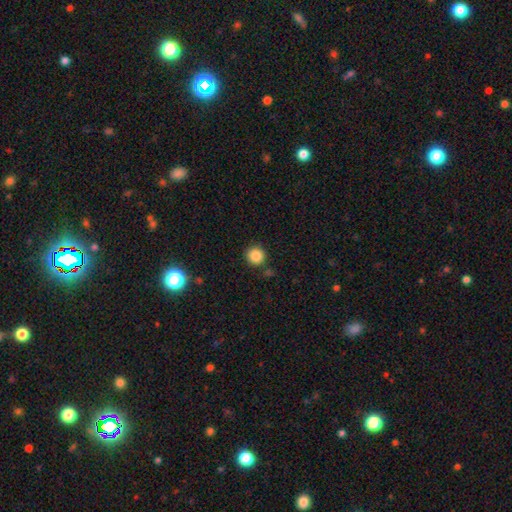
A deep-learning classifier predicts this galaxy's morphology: type=smooth (86%); roundness=round (94%); merging=none (85%).